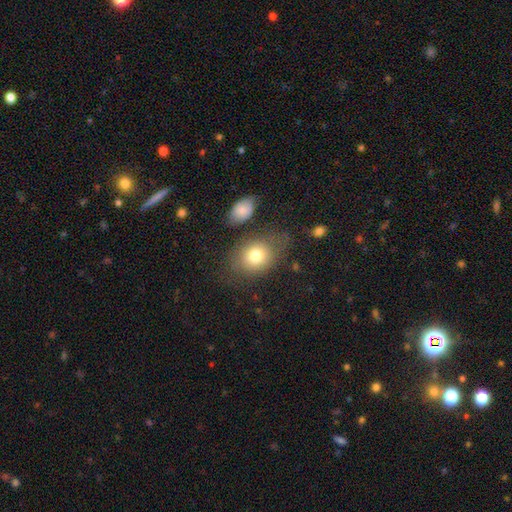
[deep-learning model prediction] This is likely a smooth galaxy (77%). How rounded: possibly in between (55%). Merging: likely none (62%).